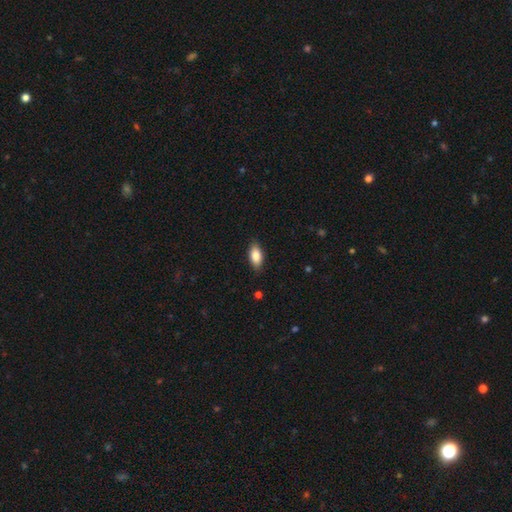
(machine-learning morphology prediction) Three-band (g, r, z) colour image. It shows a smooth galaxy with no disk features (83%) that is in between round and cigar-shaped (89%). Merging: none (86%).